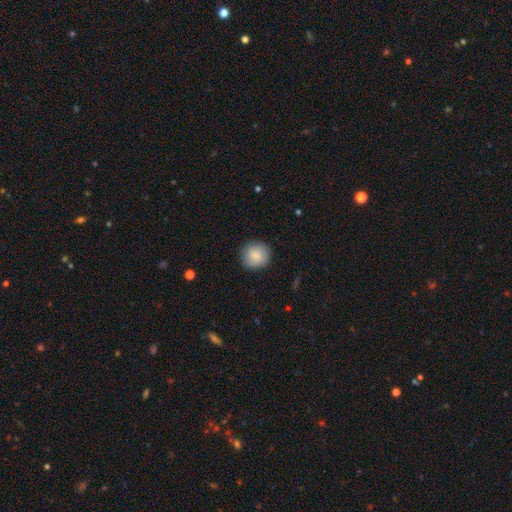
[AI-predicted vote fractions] smooth_or_featured: smooth (p=0.85) [alt: featured or disk p=0.08]
how_rounded: round (p=0.92) [alt: in between p=0.07]
merging: none (p=0.88) [alt: minor disturbance p=0.08]